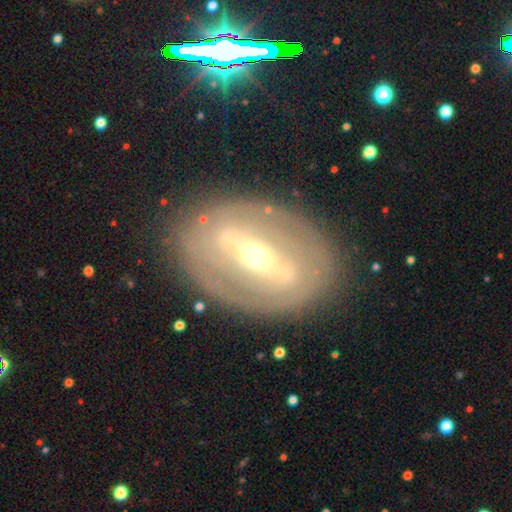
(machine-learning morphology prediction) A featured or disk galaxy (77%) with a strong bar (69%), no spiral arms (63%) and a moderate central bulge (57%).

Vote fractions:
- Smooth or featured? featured or disk: 77% / smooth: 16% / star or artifact: 7%
- Edge-on disk? no: 85% / yes: 15%
- Bar? strong: 69% / weak: 20% / no: 11%
- Spiral arms? no: 63% / yes: 37%
- Bulge size? moderate: 57% / small: 33% / large: 8% / dominant: 2% / none: 1%
- Merging? none: 82% / minor disturbance: 11% / major disturbance: 5% / merger: 1%